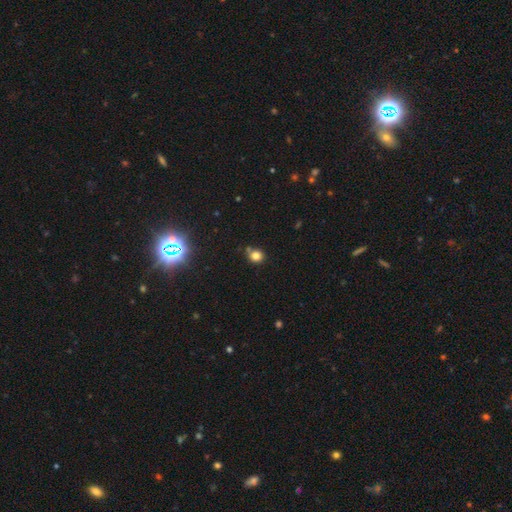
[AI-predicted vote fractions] Smooth or featured?
  - smooth: 79% *
  - star or artifact: 15%
  - featured or disk: 6%
How rounded?
  - round: 76% *
  - in between: 23%
  - cigar-shaped: 1%
Merging?
  - none: 69% *
  - minor disturbance: 16%
  - merger: 11%
  - major disturbance: 4%